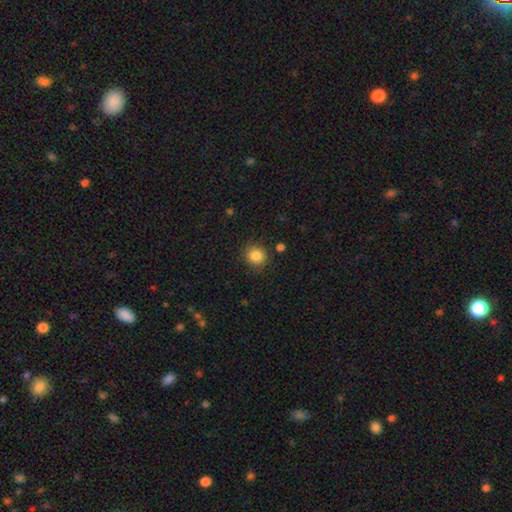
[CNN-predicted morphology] This appears to be a smooth galaxy with no disk features (85%) that is round (89%). Merging: none (87%).